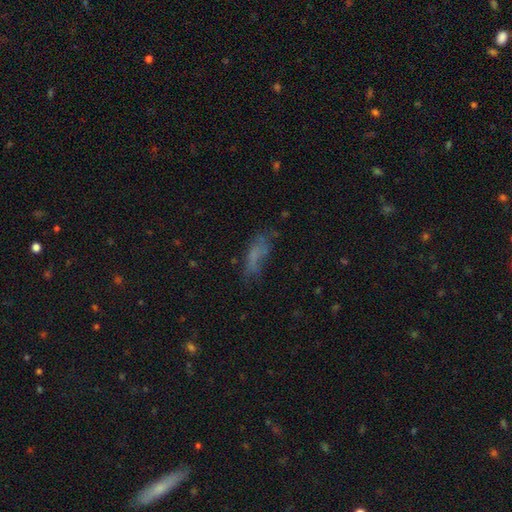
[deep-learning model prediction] A smooth galaxy with no disk features (55%) that is in between round and cigar-shaped (60%). Merging: none (45%).